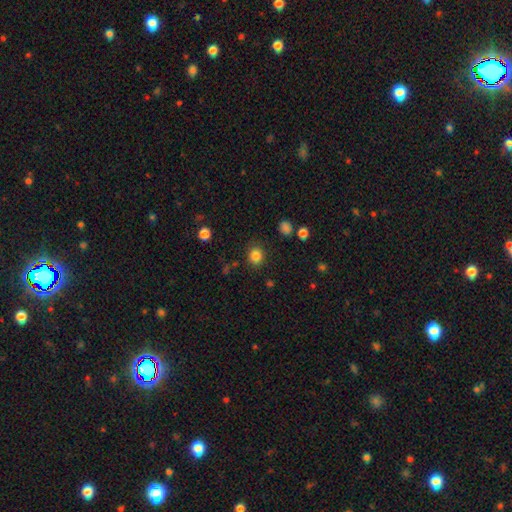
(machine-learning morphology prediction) The model was most divided on "how rounded": round: 73%, in between: 26%, cigar-shaped: 1%. More confident: merging — none (85%); smooth or featured — smooth (84%).